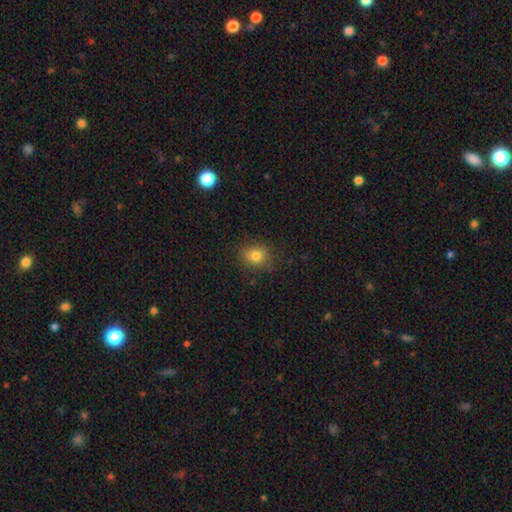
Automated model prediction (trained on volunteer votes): smooth-or-featured: smooth: 79% | star or artifact: 12% | featured or disk: 8%
  how-rounded: round: 68% | in between: 31% | cigar-shaped: 1%
  merging: none: 83% | minor disturbance: 12% | major disturbance: 3% | merger: 1%